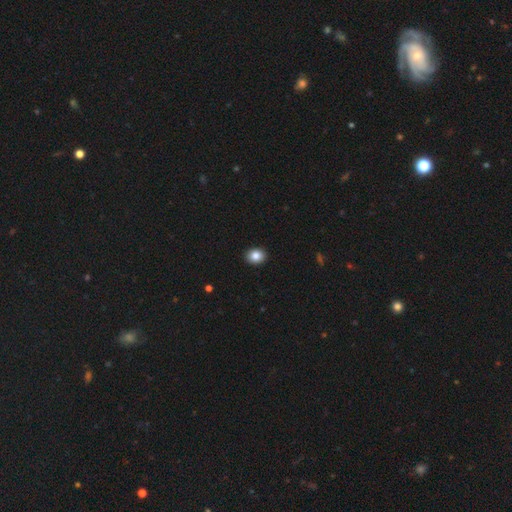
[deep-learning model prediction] Smooth or featured?
  - smooth: 86% *
  - star or artifact: 9%
  - featured or disk: 5%
How rounded?
  - round: 54% *
  - in between: 45%
  - cigar-shaped: 1%
Merging?
  - none: 92% *
  - minor disturbance: 5%
  - major disturbance: 1%
  - merger: 1%